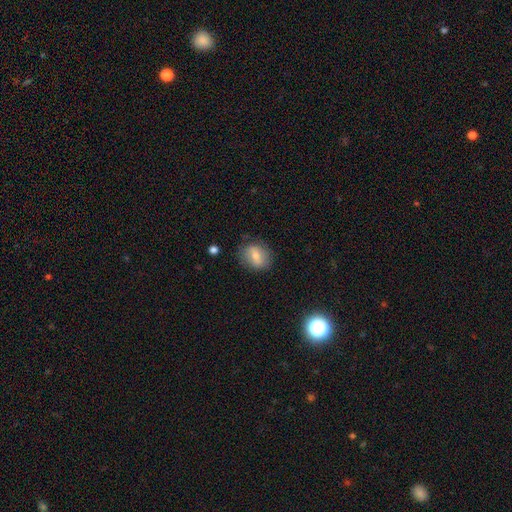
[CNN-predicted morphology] The model was most divided on "how rounded": in between: 50%, round: 49%, cigar-shaped: 2%. More confident: merging — none (78%); smooth or featured — smooth (71%).